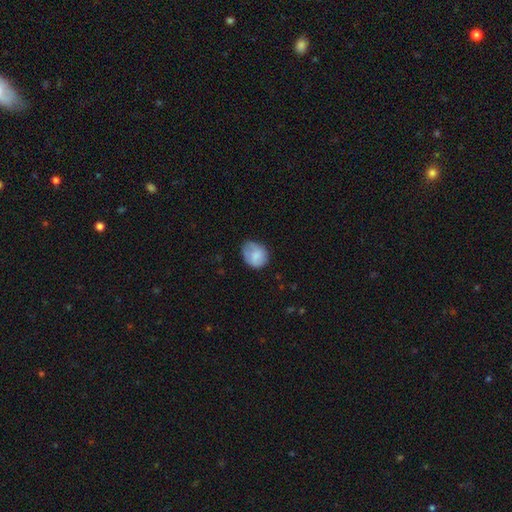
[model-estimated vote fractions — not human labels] Smooth or featured? Predicted: smooth (p=0.79). How rounded? Predicted: round (p=0.58). Merging? Predicted: none (p=0.59).